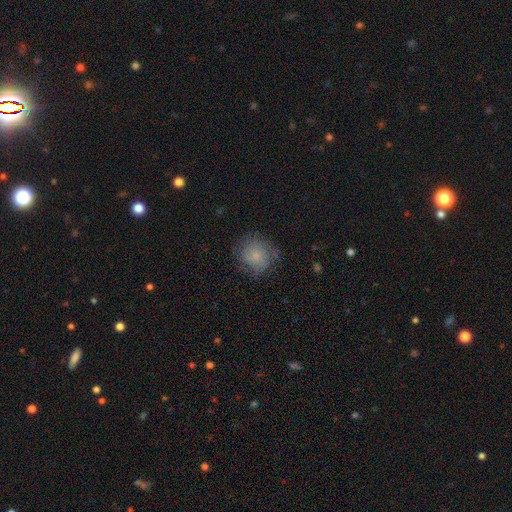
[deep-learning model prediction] The model was most divided on "smooth or featured": smooth: 68%, featured or disk: 23%, star or artifact: 9%. More confident: how rounded — round (86%); merging — none (67%).